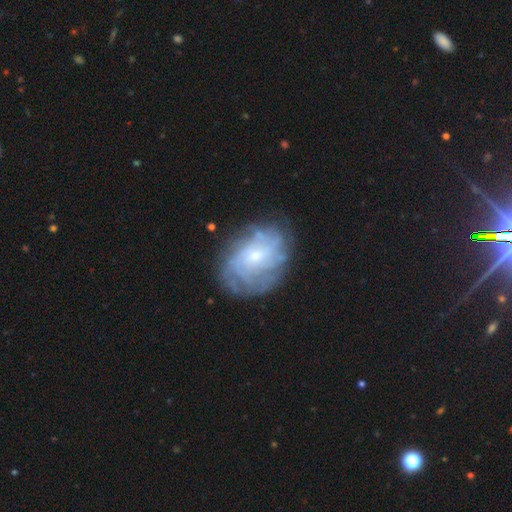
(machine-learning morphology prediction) The model was most divided on "bulge size": small: 62%, moderate: 30%, none: 4%, large: 3%, dominant: 1%. Remaining: edge-on disk — no (97%); spiral arms — yes (87%); merging — none (74%); smooth or featured — featured or disk (73%); bar — no (67%); spiral winding — tight (62%); spiral arm count — can't tell (50%).